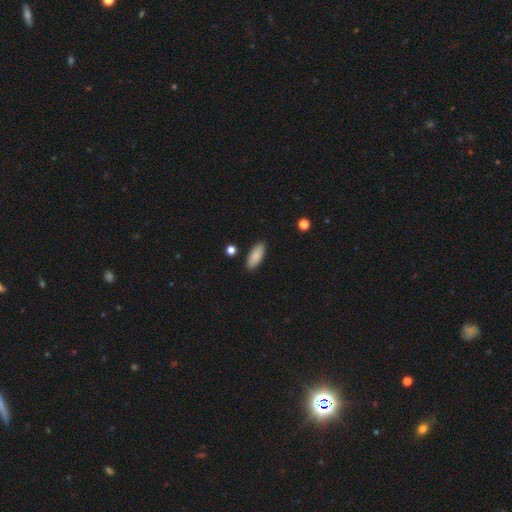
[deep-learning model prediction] This appears to be a smooth galaxy with no disk features (84%) that is in between round and cigar-shaped (79%). Merging: none (88%).